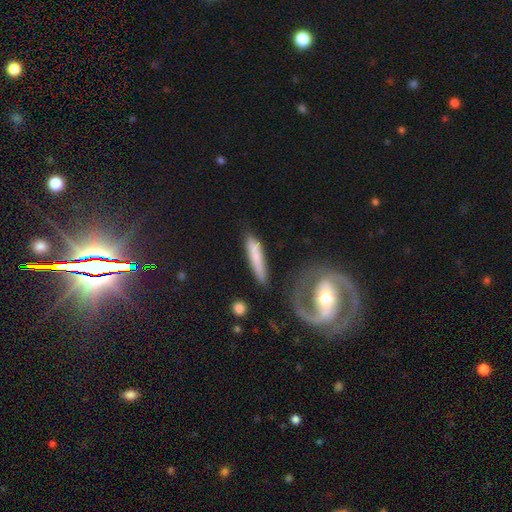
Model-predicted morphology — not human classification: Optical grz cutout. It shows a smooth galaxy with no disk features (62%) that is cigar-shaped (88%). Merging: none (72%).